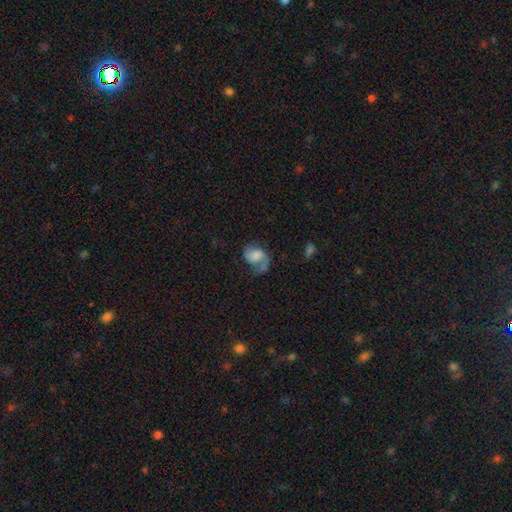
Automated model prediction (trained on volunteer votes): Q: Smooth or featured?
A: featured or disk (57%); runner-up: smooth (35%)
Q: Edge-on disk?
A: no (97%); runner-up: yes (3%)
Q: Bar?
A: no (57%); runner-up: weak (33%)
Q: Spiral arms?
A: yes (86%); runner-up: no (14%)
Q: Bulge size?
A: large (26%); runner-up: moderate (25%)
Q: Merging?
A: none (39%); runner-up: major disturbance (31%)